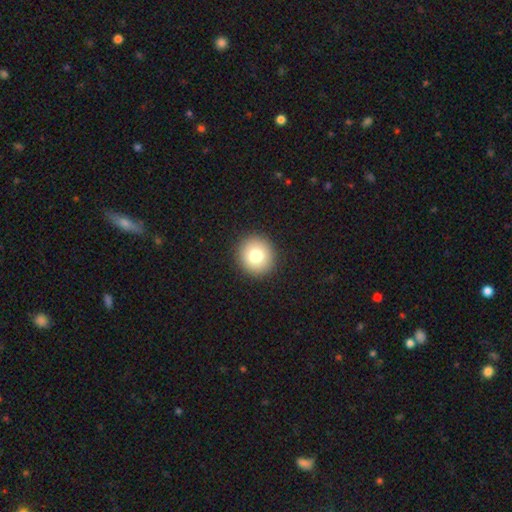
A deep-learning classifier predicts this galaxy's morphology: Smooth or featured? smooth (78%)
How rounded? round (93%)
Merging? none (93%)